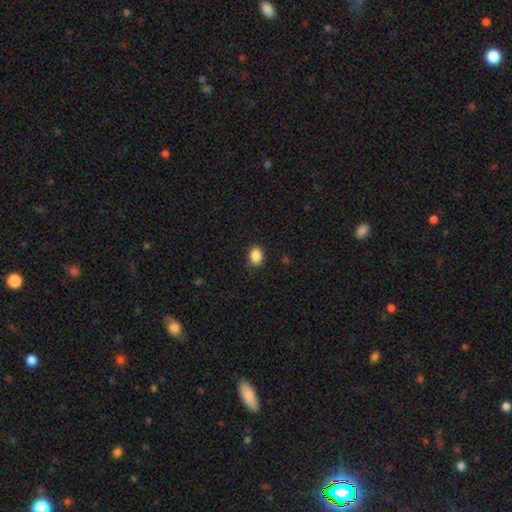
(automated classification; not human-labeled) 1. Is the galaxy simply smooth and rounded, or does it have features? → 88% smooth, 9% star or artifact, 3% featured or disk.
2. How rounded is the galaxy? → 63% in between, 36% round, 1% cigar-shaped.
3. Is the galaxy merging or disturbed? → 88% none, 9% minor disturbance, 2% major disturbance, 1% merger.